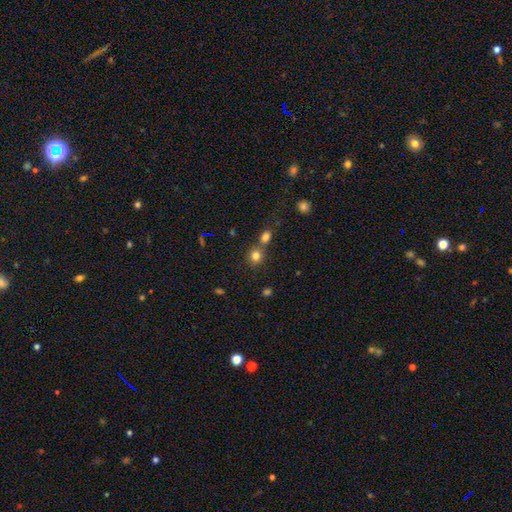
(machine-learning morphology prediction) A smooth galaxy with no disk features (79%) that is round (79%). Merging: none (60%).